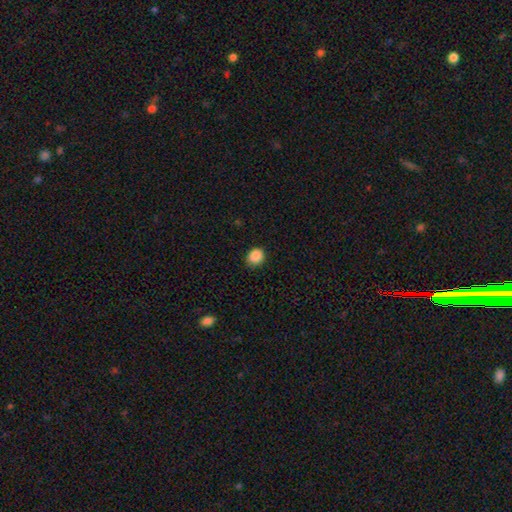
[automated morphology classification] type=smooth (88%); roundness=round (78%); merging=none (86%).